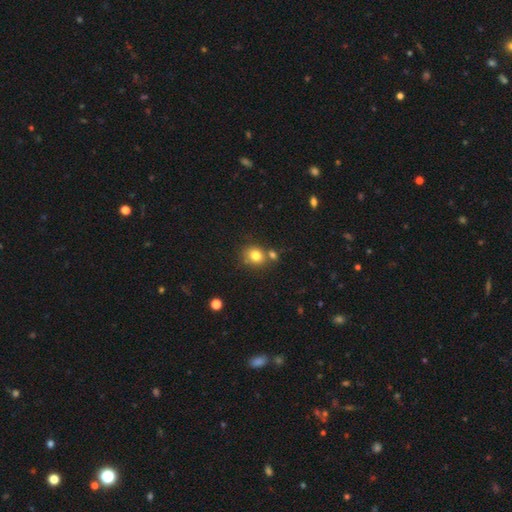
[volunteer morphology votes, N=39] smooth 85%, star or artifact 10%, featured or disk 5%. Down the decision tree: how rounded — in between (55%); merging — none (49%).